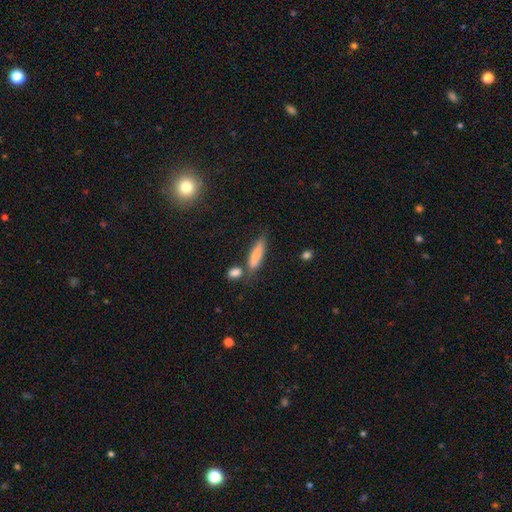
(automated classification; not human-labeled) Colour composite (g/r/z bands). It shows a smooth galaxy with no disk features (77%) that is cigar-shaped (69%). Merging: none (62%).